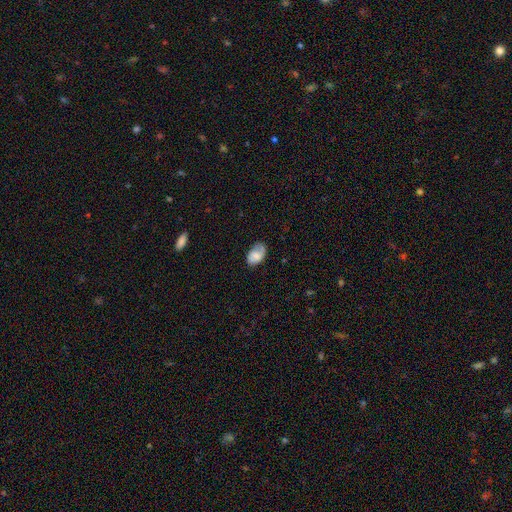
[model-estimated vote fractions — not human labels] Smooth or featured? Predicted: smooth (p=0.62). How rounded? Predicted: in between (p=0.88). Merging? Predicted: none (p=0.57).